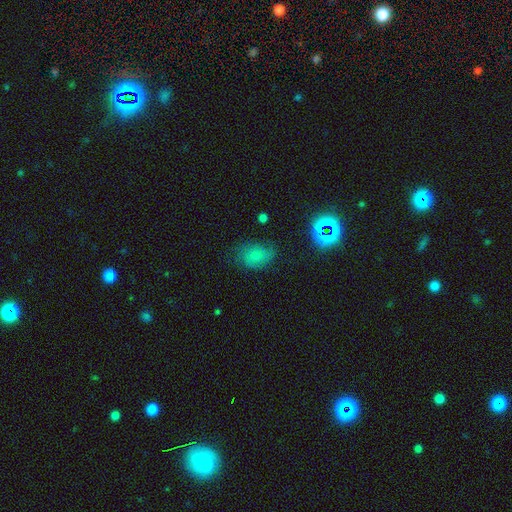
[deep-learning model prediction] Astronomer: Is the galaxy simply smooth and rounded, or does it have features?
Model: smooth — 65%.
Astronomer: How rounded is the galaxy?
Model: in between — 71%.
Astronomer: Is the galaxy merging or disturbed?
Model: none — 63%.